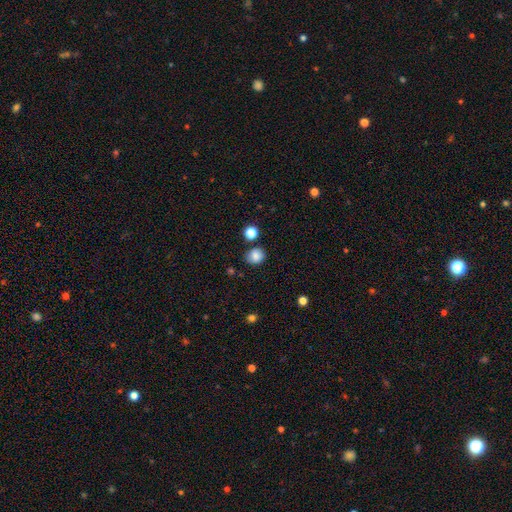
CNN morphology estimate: Smooth or featured?
  - smooth: 82% *
  - star or artifact: 11%
  - featured or disk: 7%
How rounded?
  - round: 74% *
  - in between: 25%
  - cigar-shaped: 1%
Merging?
  - none: 77% *
  - minor disturbance: 15%
  - merger: 5%
  - major disturbance: 4%